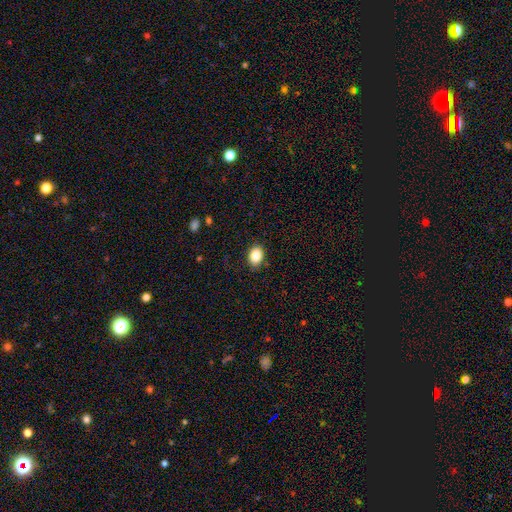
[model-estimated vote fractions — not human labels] Smooth or featured: smooth — 86% (star or artifact — 8%)
How rounded: in between — 75% (round — 24%)
Merging: none — 87% (minor disturbance — 10%)